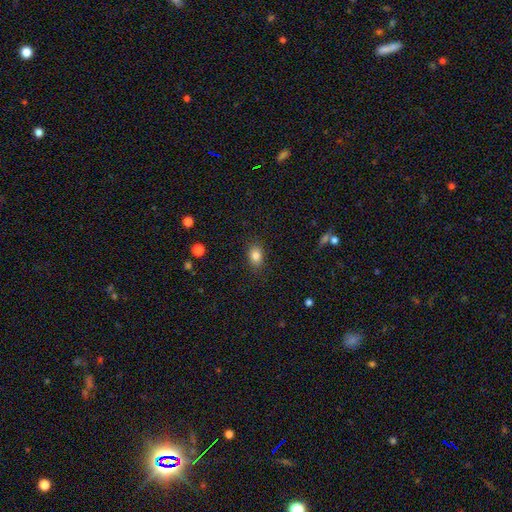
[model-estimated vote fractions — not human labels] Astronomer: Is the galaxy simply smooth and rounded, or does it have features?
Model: smooth — 84%.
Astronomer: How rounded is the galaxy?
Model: in between — 72%.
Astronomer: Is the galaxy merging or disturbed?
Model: none — 85%.